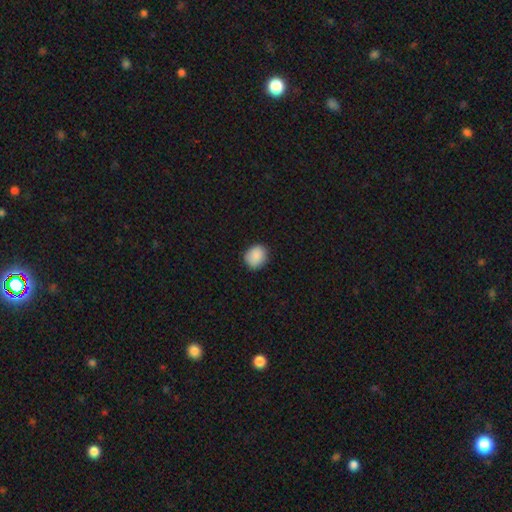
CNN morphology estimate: Smooth or featured? Predicted: smooth (p=0.89). How rounded? Predicted: round (p=0.71). Merging? Predicted: none (p=0.87).